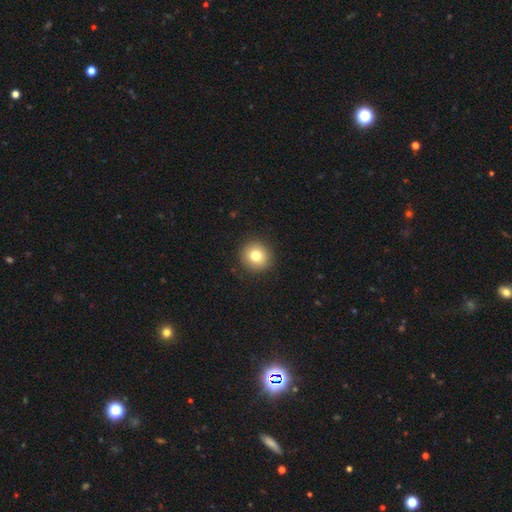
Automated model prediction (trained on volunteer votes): Smooth or featured: smooth — 79% (featured or disk — 10%)
How rounded: round — 91% (in between — 8%)
Merging: none — 91% (minor disturbance — 6%)